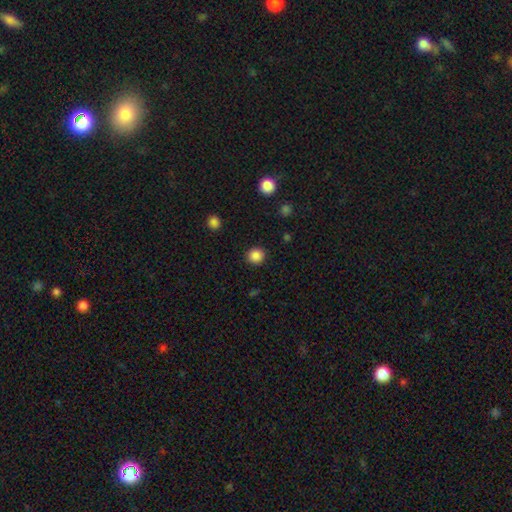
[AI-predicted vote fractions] Smooth or featured?
  - smooth: 86% *
  - star or artifact: 10%
  - featured or disk: 3%
How rounded?
  - round: 89% *
  - in between: 10%
  - cigar-shaped: 1%
Merging?
  - none: 91% *
  - minor disturbance: 6%
  - major disturbance: 2%
  - merger: 1%